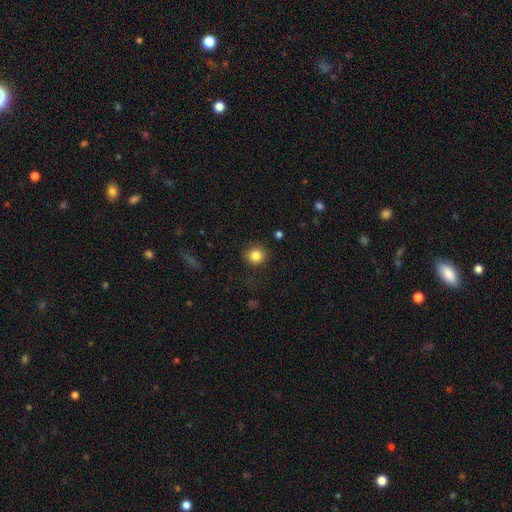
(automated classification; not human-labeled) Smooth or featured?
  - smooth: 84% *
  - star or artifact: 10%
  - featured or disk: 6%
How rounded?
  - round: 88% *
  - in between: 11%
  - cigar-shaped: 1%
Merging?
  - none: 86% *
  - minor disturbance: 10%
  - major disturbance: 3%
  - merger: 1%